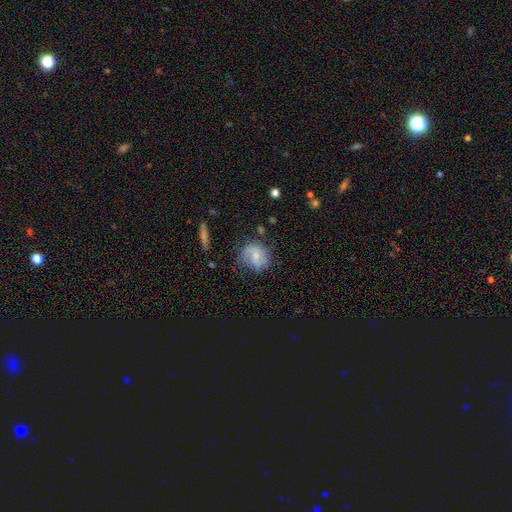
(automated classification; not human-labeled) smooth_or_featured: featured or disk (p=0.63) [alt: smooth p=0.30]
disk_edge_on: no (p=0.97) [alt: yes p=0.03]
bar: no (p=0.49) [alt: weak p=0.43]
has_spiral_arms: yes (p=0.89) [alt: no p=0.11]
spiral_winding: medium (p=0.45) [alt: loose p=0.29]
spiral_arm_count: 2 (p=0.71) [alt: can't tell p=0.13]
bulge_size: small (p=0.50) [alt: moderate p=0.38]
merging: none (p=0.62) [alt: minor disturbance p=0.23]